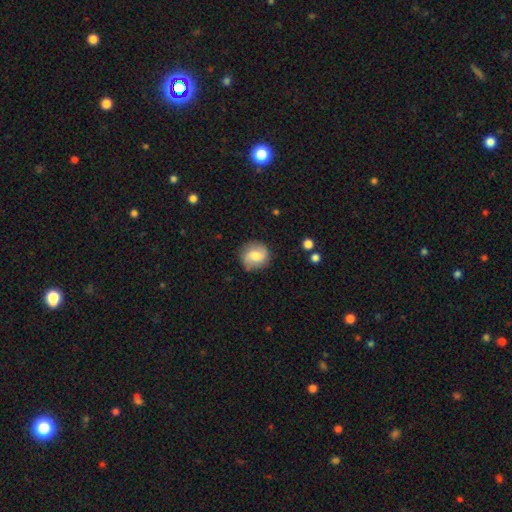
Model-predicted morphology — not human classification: Overall: smooth (60%; featured or disk 33%). How rounded: round (85%). Merging: none (83%).